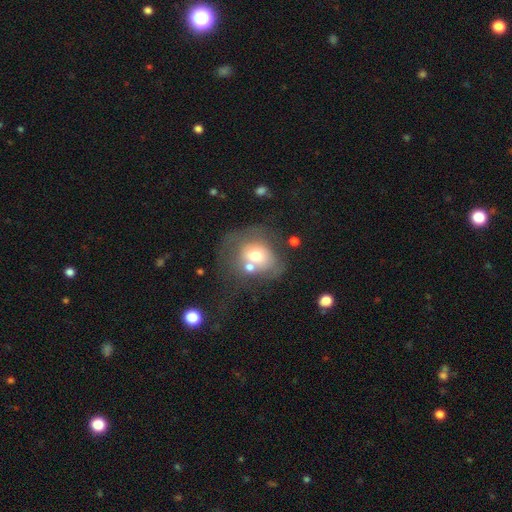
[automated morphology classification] Smooth or featured?
  - smooth: 57% *
  - featured or disk: 33%
  - star or artifact: 10%
How rounded?
  - round: 66% *
  - in between: 33%
  - cigar-shaped: 1%
Merging?
  - none: 33% *
  - merger: 26%
  - major disturbance: 23%
  - minor disturbance: 18%